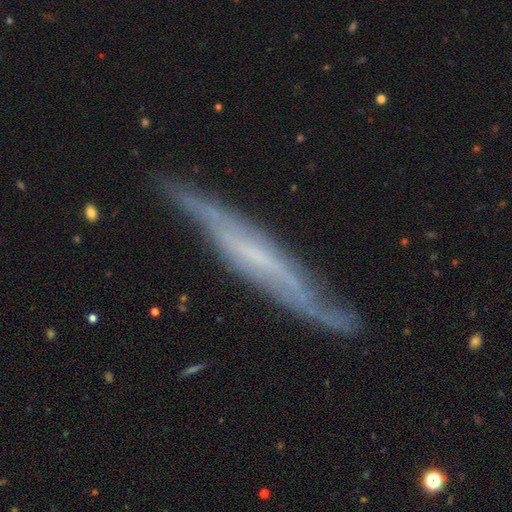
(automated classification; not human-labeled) This appears to be a featured or disk galaxy (75%) viewed edge-on (75%) with no central bulge (74%). Merging: none (74%).